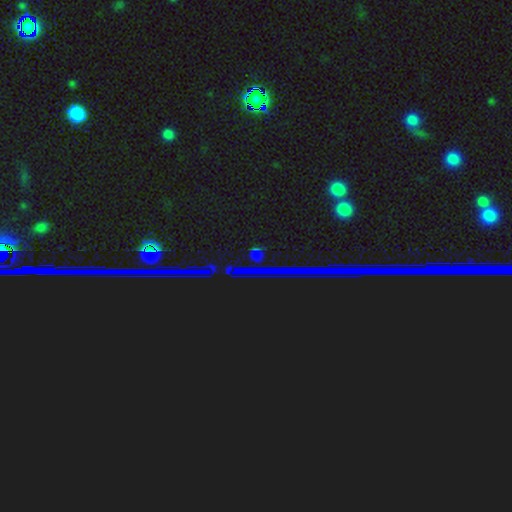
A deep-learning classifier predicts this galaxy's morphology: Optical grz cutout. It shows a star or artifact, not a galaxy (78%).